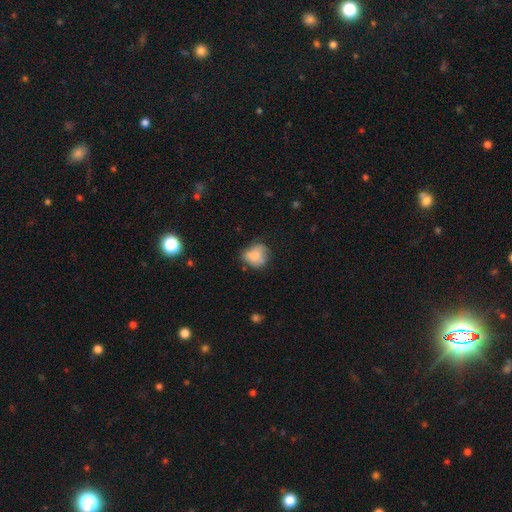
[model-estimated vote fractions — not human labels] Morphology: type=smooth (76%); roundness=round (59%); merging=none (48%).